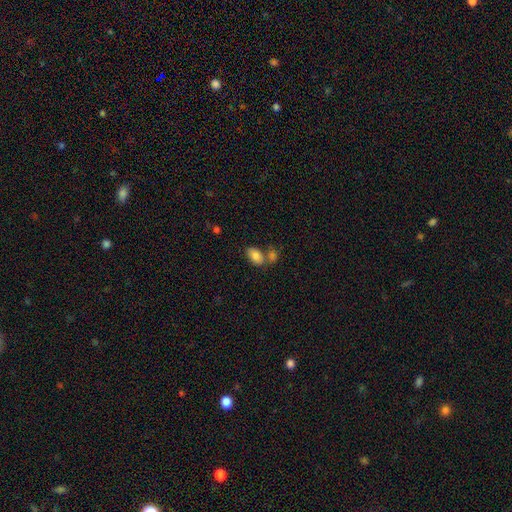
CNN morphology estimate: This appears to be a smooth galaxy with no disk features (81%) that is in between round and cigar-shaped (91%). Merging: none (48%).